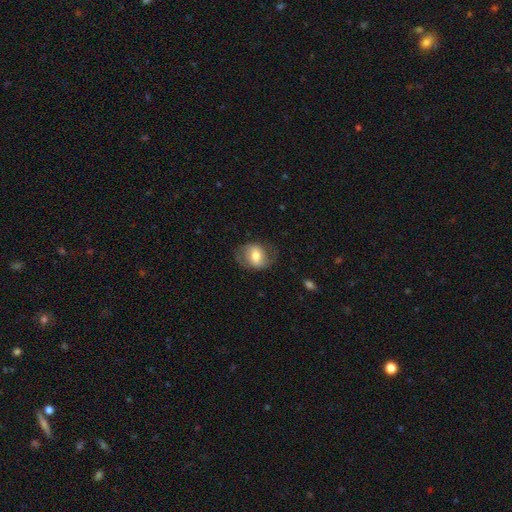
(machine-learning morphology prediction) A smooth galaxy with no disk features (57%) that is in between round and cigar-shaped (57%).

Vote fractions:
- Smooth or featured? smooth: 57% / featured or disk: 36% / star or artifact: 7%
- How rounded? in between: 57% / round: 41% / cigar-shaped: 1%
- Merging? none: 66% / minor disturbance: 21% / major disturbance: 12% / merger: 1%